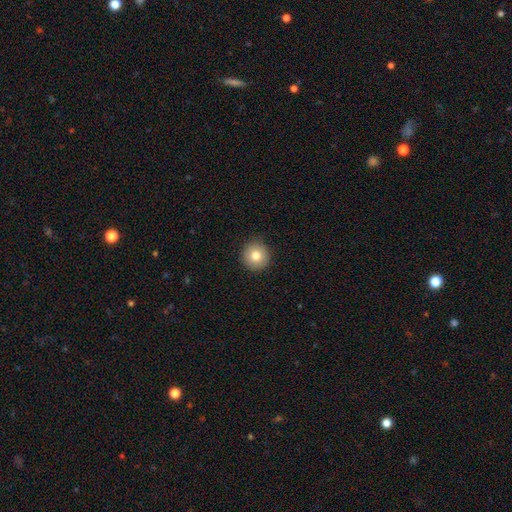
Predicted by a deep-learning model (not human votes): A smooth galaxy with no disk features (80%) that is round (94%).

Vote fractions:
- Smooth or featured? smooth: 80% / featured or disk: 11% / star or artifact: 9%
- How rounded? round: 94% / in between: 5% / cigar-shaped: 1%
- Merging? none: 91% / minor disturbance: 6% / major disturbance: 2% / merger: 1%